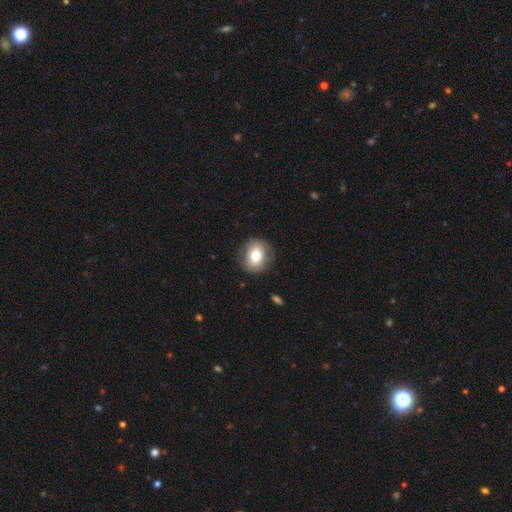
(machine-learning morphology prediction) Smooth or featured? smooth (73%)
How rounded? round (69%)
Merging? none (85%)